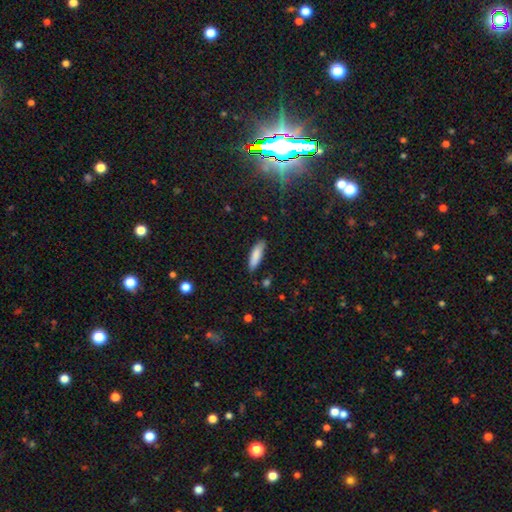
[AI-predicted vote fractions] Smooth or featured? smooth (84%)
How rounded? cigar-shaped (59%)
Merging? none (84%)